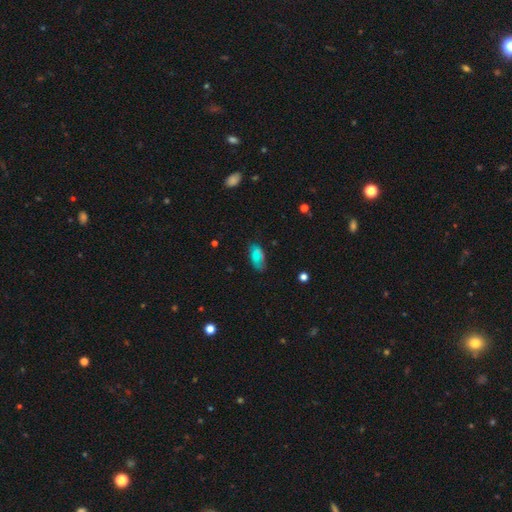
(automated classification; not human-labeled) Overall: smooth (53%; featured or disk 27%). How rounded: in between (89%). Merging: none (58%; minor disturbance 23%).